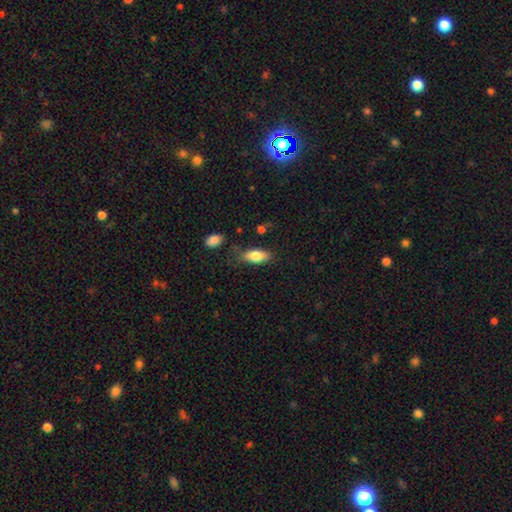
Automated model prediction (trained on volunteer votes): Smooth or featured: smooth — 78% (featured or disk — 16%)
How rounded: in between — 78% (cigar-shaped — 19%)
Merging: none — 73% (minor disturbance — 19%)